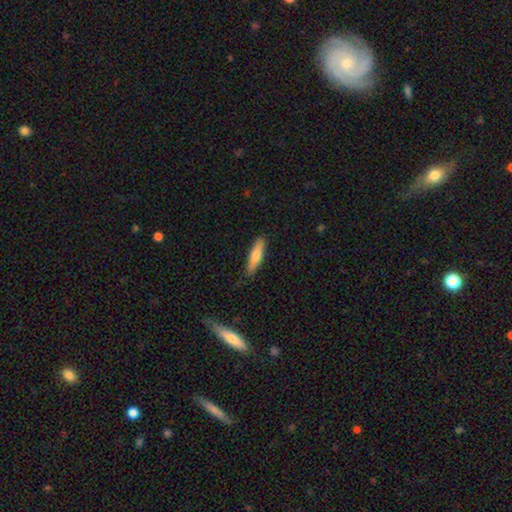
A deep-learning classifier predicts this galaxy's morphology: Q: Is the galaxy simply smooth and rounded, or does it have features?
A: smooth — 70%.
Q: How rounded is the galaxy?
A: cigar-shaped — 70%.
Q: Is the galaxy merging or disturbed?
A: none — 84%.